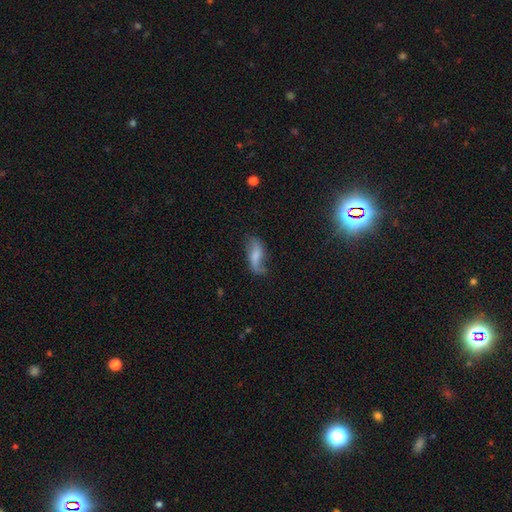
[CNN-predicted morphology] Q: Smooth or featured?
A: smooth (49%); runner-up: featured or disk (43%)
Q: Merging?
A: none (48%); runner-up: minor disturbance (30%)